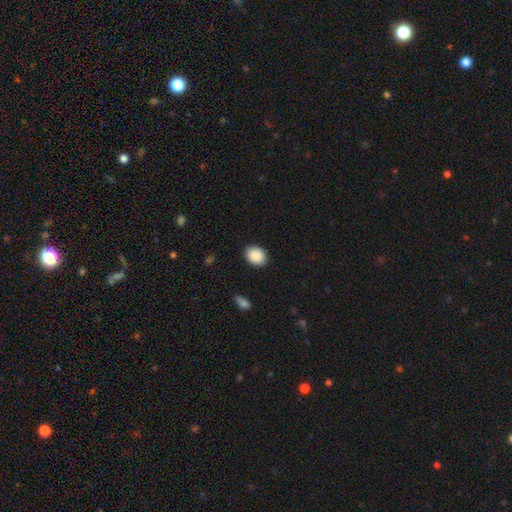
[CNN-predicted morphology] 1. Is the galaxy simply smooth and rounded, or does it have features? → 89% smooth, 7% star or artifact, 3% featured or disk.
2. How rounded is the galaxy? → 53% in between, 46% round, 1% cigar-shaped.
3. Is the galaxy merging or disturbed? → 88% none, 8% minor disturbance, 2% major disturbance, 1% merger.